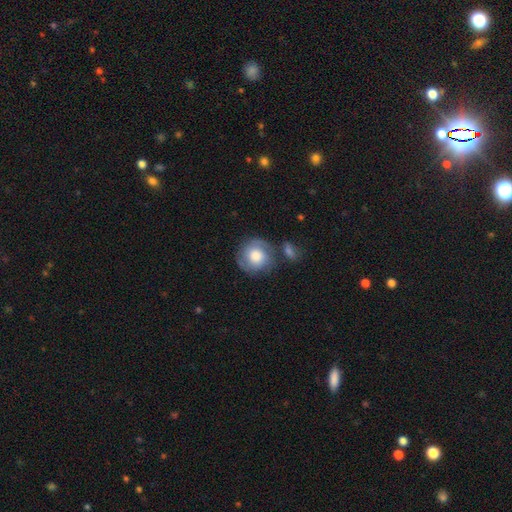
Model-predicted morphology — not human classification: Smooth or featured? Predicted: smooth (p=0.55). How rounded? Predicted: round (p=0.88). Merging? Predicted: none (p=0.62).